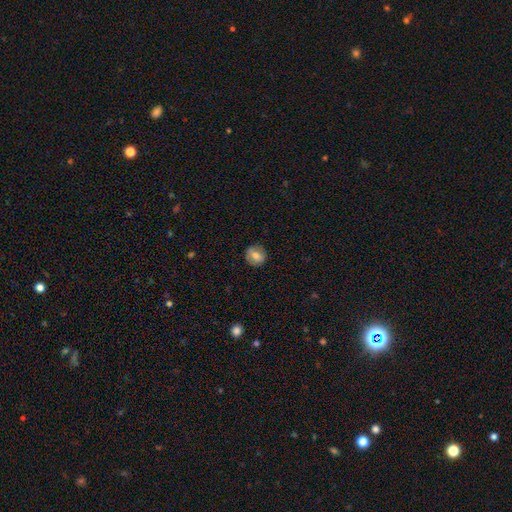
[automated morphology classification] A smooth galaxy with no disk features (66%) that is round (85%). Merging: none (85%).